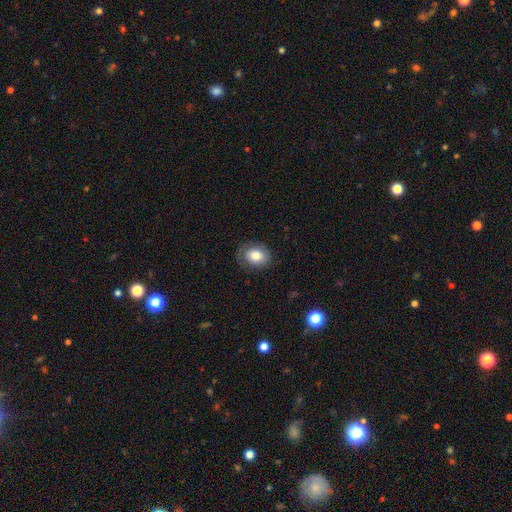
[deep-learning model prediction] smooth_or_featured: smooth (p=0.77) [alt: featured or disk p=0.15]
how_rounded: in between (p=0.55) [alt: round p=0.45]
merging: none (p=0.76) [alt: minor disturbance p=0.17]